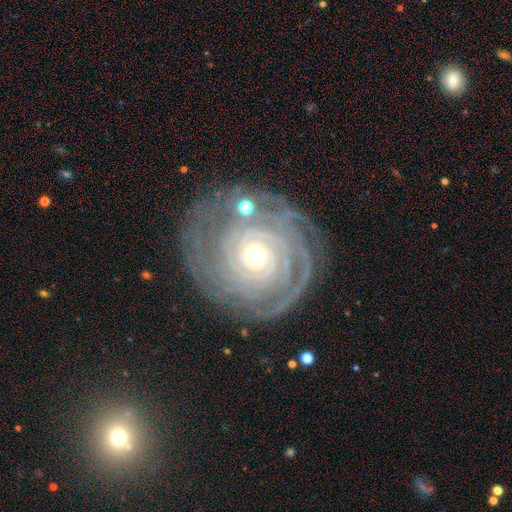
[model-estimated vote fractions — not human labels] Morphology: type=featured or disk (88%); edge-on=no (97%); bar=no (76%); spiral arms=yes (98%); winding=tight (87%); arm count=4 (24%); bulge=small (61%); merging=none (79%).